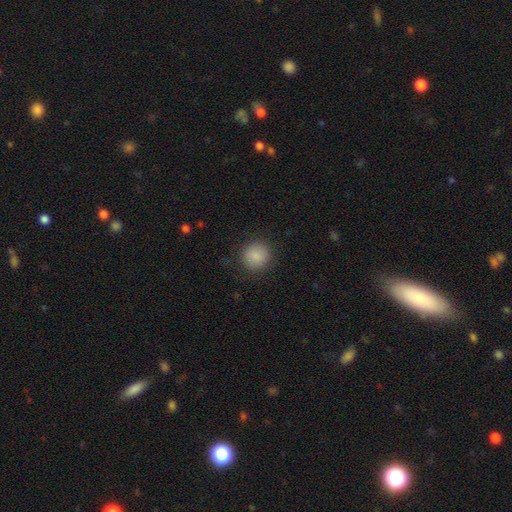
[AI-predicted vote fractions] smooth_or_featured: smooth (p=0.87) [alt: star or artifact p=0.09]
how_rounded: round (p=0.90) [alt: in between p=0.09]
merging: none (p=0.87) [alt: minor disturbance p=0.09]